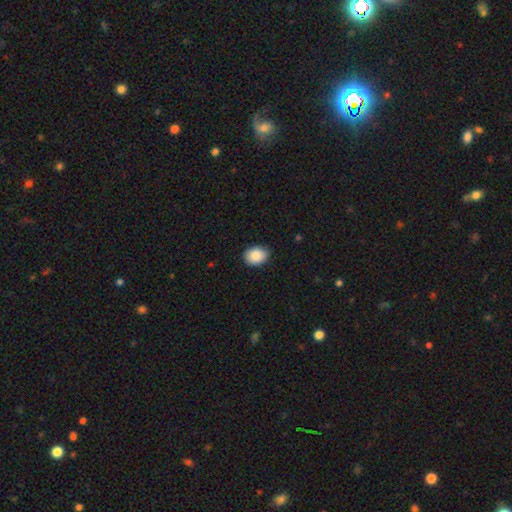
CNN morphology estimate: Overall: smooth (88%). How rounded: in between (60%; round 39%). Merging: none (85%).